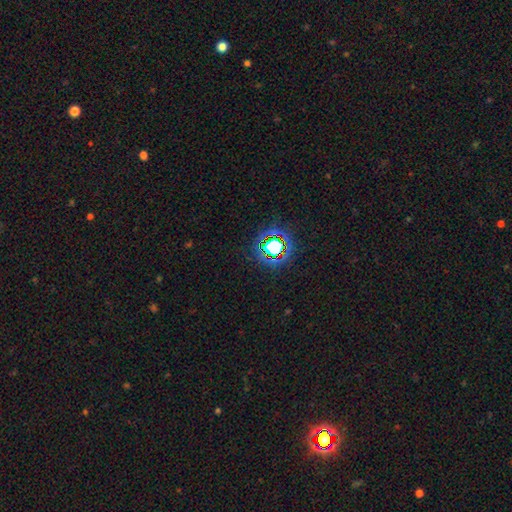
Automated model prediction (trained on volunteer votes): Overall: star or artifact (74%).